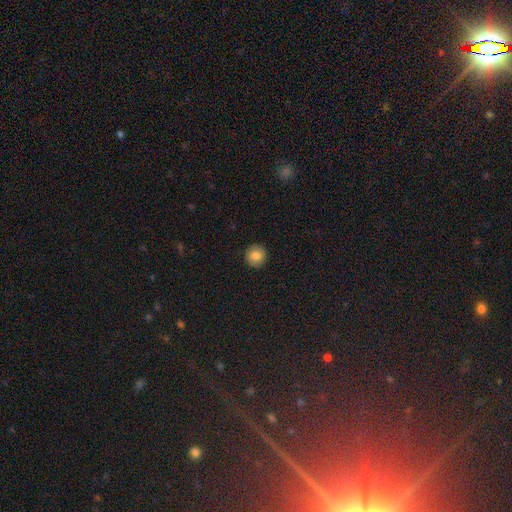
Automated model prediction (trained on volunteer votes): smooth_or_featured: smooth (p=0.84) [alt: star or artifact p=0.09]
how_rounded: round (p=0.94) [alt: in between p=0.05]
merging: none (p=0.92) [alt: minor disturbance p=0.06]